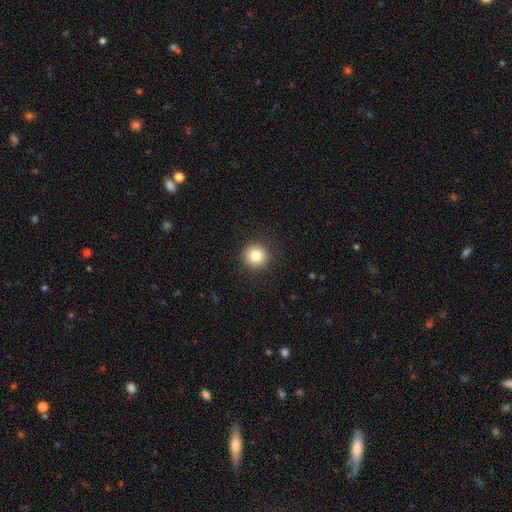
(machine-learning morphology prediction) This appears to be a smooth galaxy with no disk features (83%) that is round (94%). Merging: none (92%).